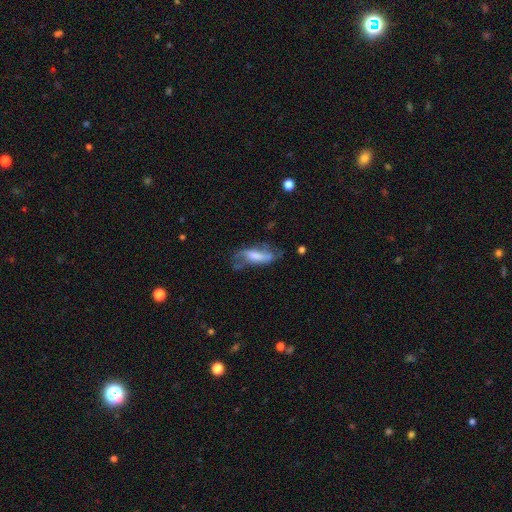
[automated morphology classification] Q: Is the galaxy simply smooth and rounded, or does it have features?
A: smooth — 47%.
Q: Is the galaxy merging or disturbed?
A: none — 37%.